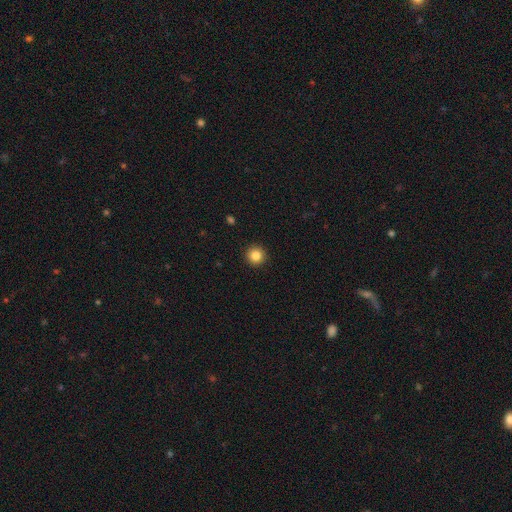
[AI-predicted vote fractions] Smooth or featured? smooth (85%)
How rounded? round (96%)
Merging? none (93%)